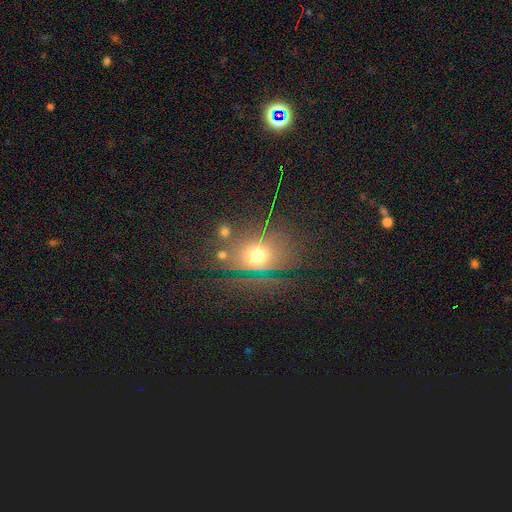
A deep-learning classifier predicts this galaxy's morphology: The model was most divided on "how rounded": round: 49%, in between: 47%, cigar-shaped: 4%. More confident: merging — none (63%); smooth or featured — smooth (56%).